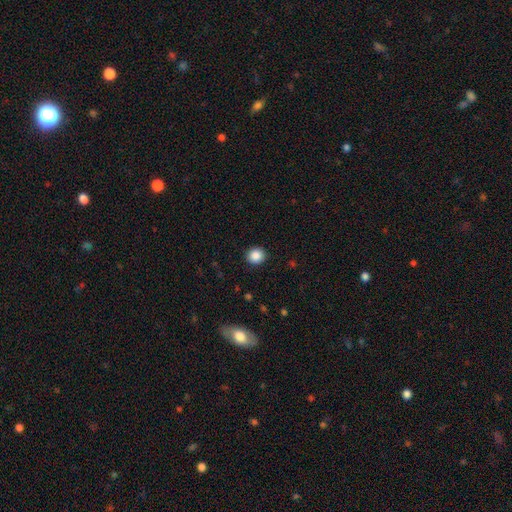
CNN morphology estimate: smooth-or-featured: smooth: 88% | star or artifact: 9% | featured or disk: 3%
  how-rounded: round: 83% | in between: 16% | cigar-shaped: 1%
  merging: none: 92% | minor disturbance: 6% | major disturbance: 2% | merger: 1%